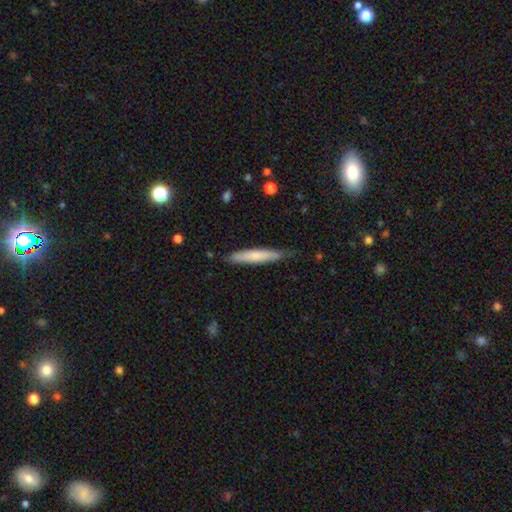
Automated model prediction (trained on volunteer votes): The model was most divided on "smooth or featured": smooth: 69%, featured or disk: 26%, star or artifact: 5%. More confident: how rounded — cigar-shaped (92%); merging — none (77%).